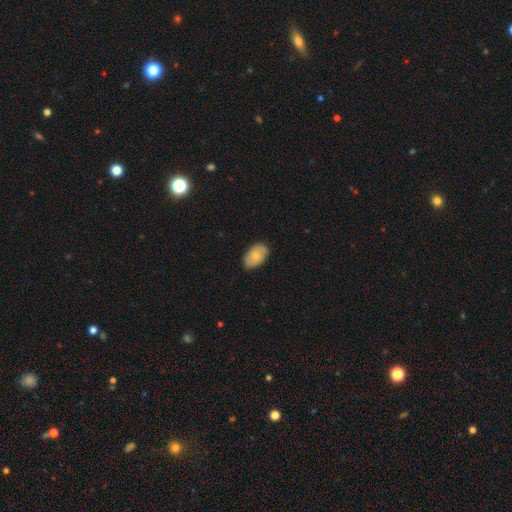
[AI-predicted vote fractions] Smooth or featured: smooth — 72% (featured or disk — 22%)
How rounded: in between — 91% (round — 7%)
Merging: none — 82% (minor disturbance — 14%)